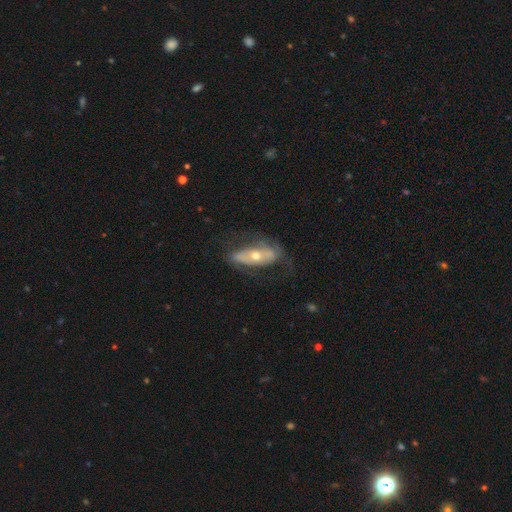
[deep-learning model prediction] Morphology: type=featured or disk (63%); edge-on=no (79%); merging=none (56%).